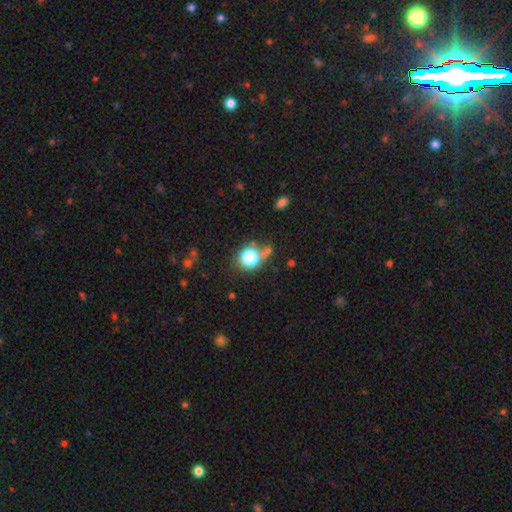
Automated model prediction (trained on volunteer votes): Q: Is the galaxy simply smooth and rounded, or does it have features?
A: smooth — 62%.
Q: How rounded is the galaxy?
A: round — 86%.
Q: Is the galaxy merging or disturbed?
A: none — 75%.